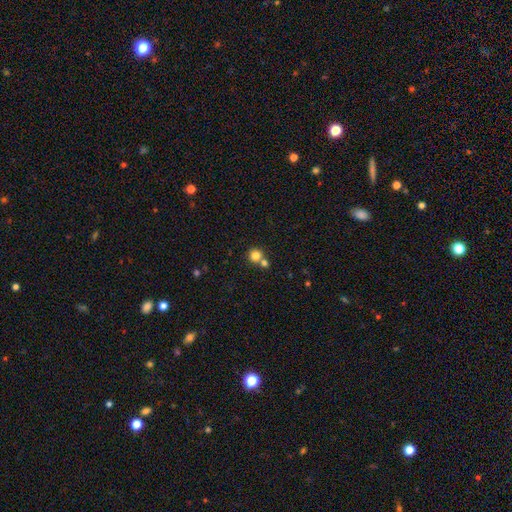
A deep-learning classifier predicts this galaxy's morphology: Smooth or featured: smooth — 81% (star or artifact — 12%)
How rounded: round — 91% (in between — 8%)
Merging: none — 57% (merger — 34%)